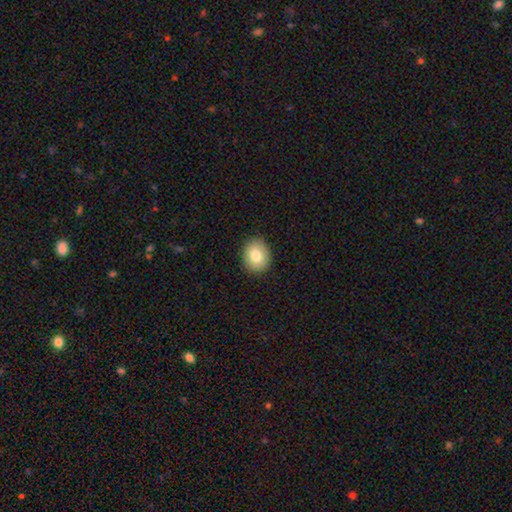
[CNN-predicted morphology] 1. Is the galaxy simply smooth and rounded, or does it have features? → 81% smooth, 11% featured or disk, 8% star or artifact.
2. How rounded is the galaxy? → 51% round, 48% in between, 1% cigar-shaped.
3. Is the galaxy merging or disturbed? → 90% none, 8% minor disturbance, 2% major disturbance, 1% merger.